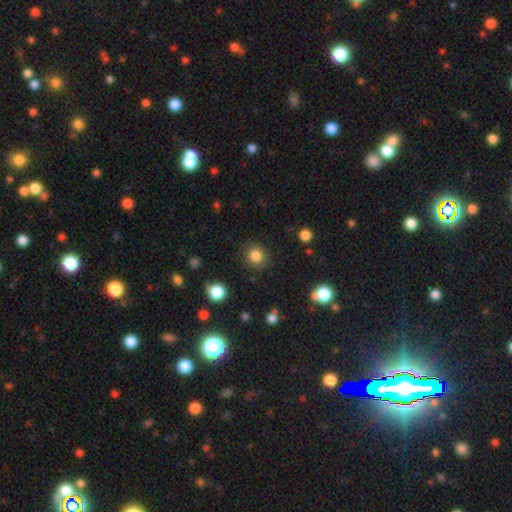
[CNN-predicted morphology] Overall: smooth (84%). How rounded: round (89%). Merging: none (85%).